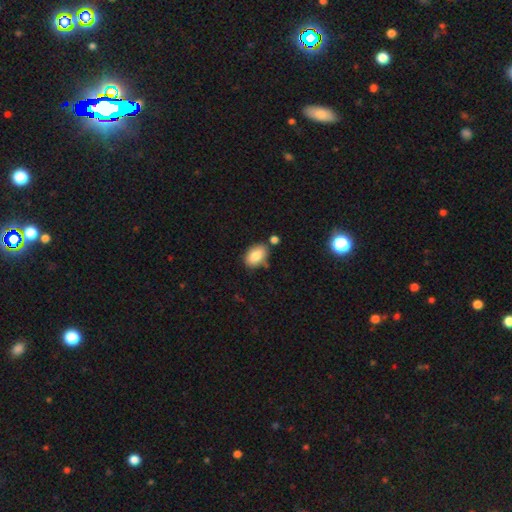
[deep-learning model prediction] A smooth galaxy with no disk features (83%) that is in between round and cigar-shaped (88%). Merging: none (72%).